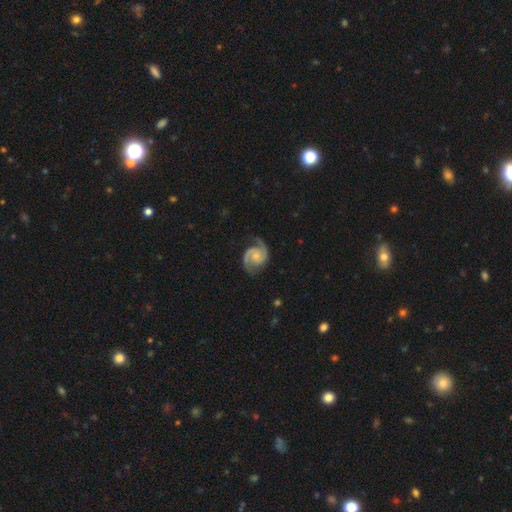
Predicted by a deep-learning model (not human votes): featured or disk 90%, smooth 5%, star or artifact 5%. Down the decision tree: edge-on disk — no (98%); bar — no (69%); spiral arms — yes (98%); spiral arm count — 2 (92%); spiral winding — medium (52%); bulge size — small (53%); merging — none (76%).